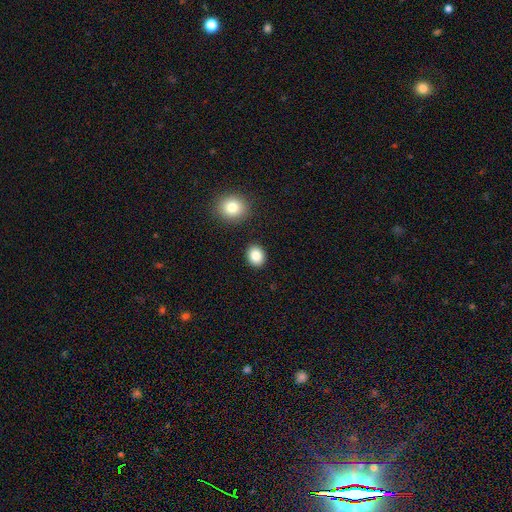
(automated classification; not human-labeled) smooth-or-featured: smooth: 86% | star or artifact: 9% | featured or disk: 5%
  how-rounded: round: 57% | in between: 42% | cigar-shaped: 1%
  merging: none: 88% | minor disturbance: 7% | merger: 4% | major disturbance: 2%